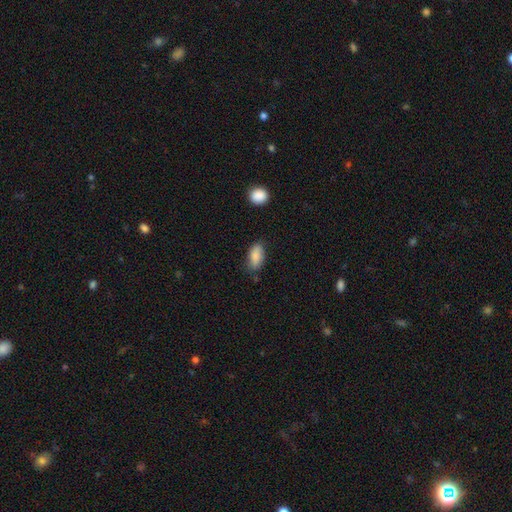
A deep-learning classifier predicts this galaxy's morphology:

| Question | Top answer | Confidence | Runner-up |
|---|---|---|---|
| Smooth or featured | smooth | 87% | star or artifact (7%) |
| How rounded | in between | 90% | cigar-shaped (6%) |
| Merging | none | 73% | minor disturbance (20%) |